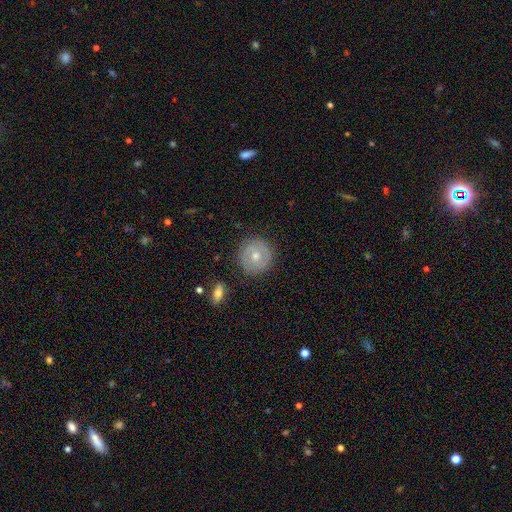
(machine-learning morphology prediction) Smooth or featured: smooth — 49% (featured or disk — 43%)
Merging: none — 85% (minor disturbance — 11%)